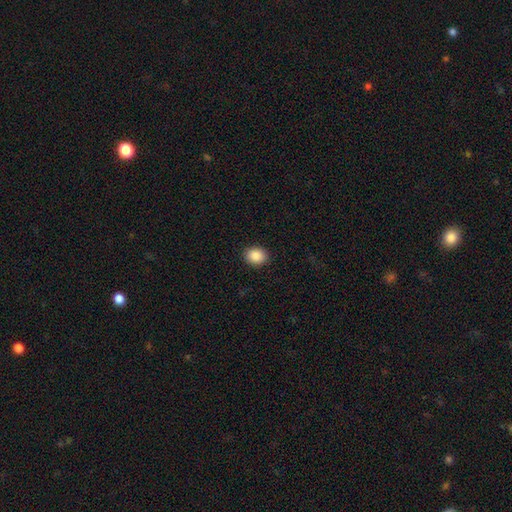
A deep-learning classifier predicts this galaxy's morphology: A smooth galaxy with no disk features (88%) that is round (51%). Merging: none (91%).